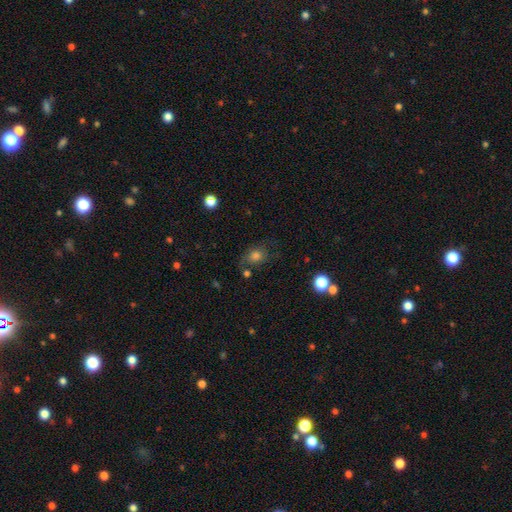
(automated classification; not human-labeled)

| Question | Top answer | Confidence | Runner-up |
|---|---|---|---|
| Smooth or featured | smooth | 72% | featured or disk (14%) |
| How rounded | round | 52% | in between (46%) |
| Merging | none | 57% | minor disturbance (23%) |